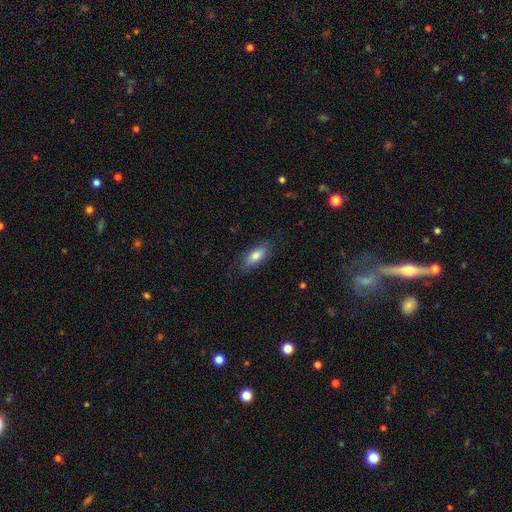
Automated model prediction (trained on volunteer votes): Morphology: type=smooth (77%); roundness=in between (80%); merging=none (77%).